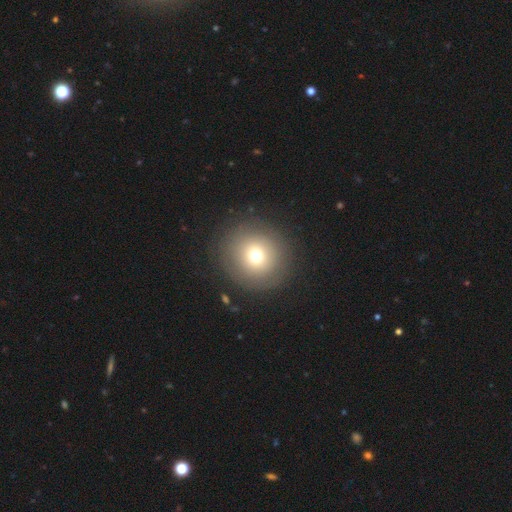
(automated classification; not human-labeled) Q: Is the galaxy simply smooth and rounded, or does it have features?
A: smooth — 71%.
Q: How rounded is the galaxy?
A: round — 95%.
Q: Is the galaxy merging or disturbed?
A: none — 88%.